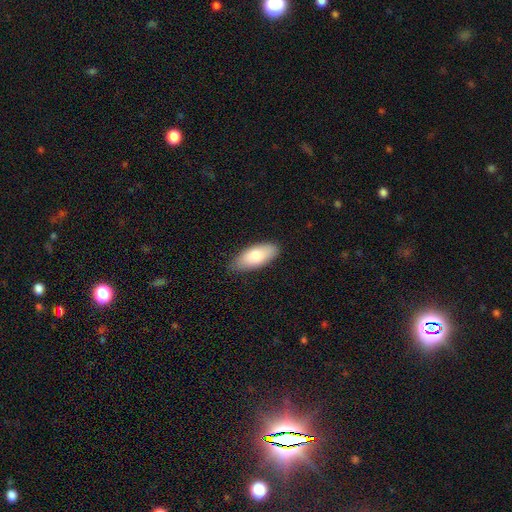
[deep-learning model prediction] smooth-or-featured: smooth: 78% | featured or disk: 16% | star or artifact: 6%
  how-rounded: in between: 85% | cigar-shaped: 13% | round: 2%
  merging: none: 82% | minor disturbance: 15% | major disturbance: 2% | merger: 1%